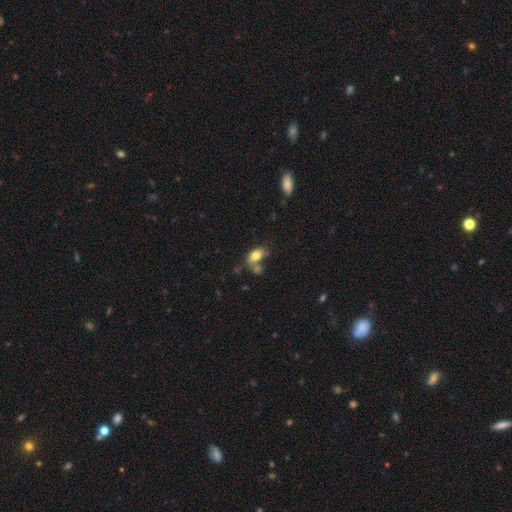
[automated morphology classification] The model was most divided on "merging": none: 49%, merger: 25%, minor disturbance: 19%, major disturbance: 8%. More confident: how rounded — in between (85%); smooth or featured — smooth (79%).